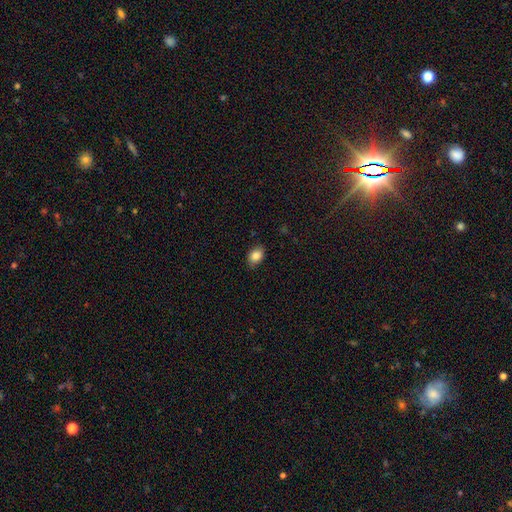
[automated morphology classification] type=smooth (86%); roundness=in between (77%); merging=none (83%).